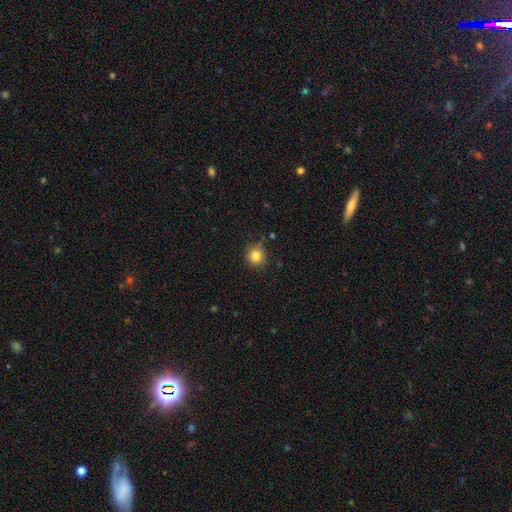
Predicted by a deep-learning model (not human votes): Q: Smooth or featured?
A: smooth (83%); runner-up: star or artifact (11%)
Q: How rounded?
A: round (89%); runner-up: in between (10%)
Q: Merging?
A: none (81%); runner-up: minor disturbance (14%)